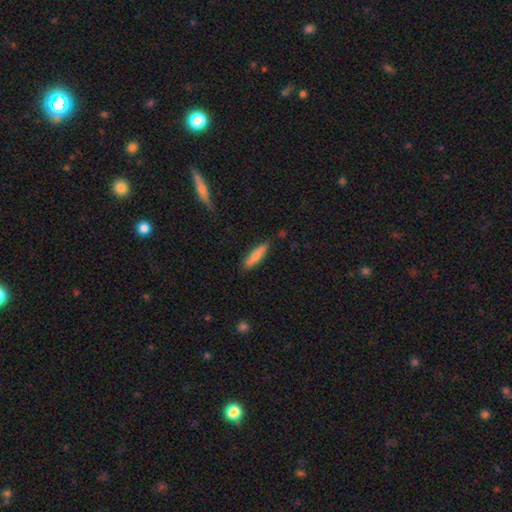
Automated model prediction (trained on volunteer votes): The model was most divided on "how rounded": cigar-shaped: 74%, in between: 25%, round: 2%. More confident: merging — none (84%); smooth or featured — smooth (81%).